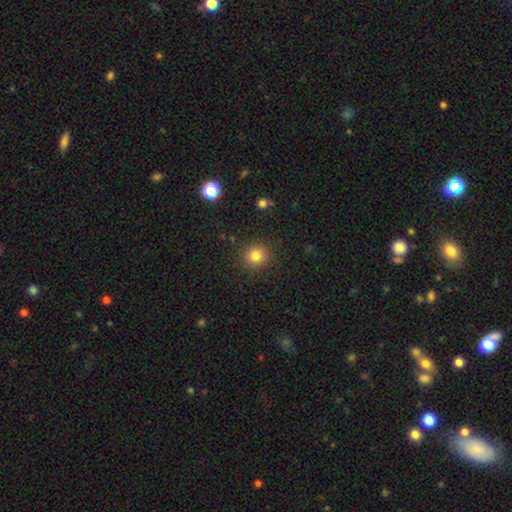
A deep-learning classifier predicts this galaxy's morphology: smooth-or-featured: smooth: 82% | star or artifact: 13% | featured or disk: 6%
  how-rounded: round: 91% | in between: 8% | cigar-shaped: 1%
  merging: none: 89% | minor disturbance: 7% | major disturbance: 3% | merger: 1%